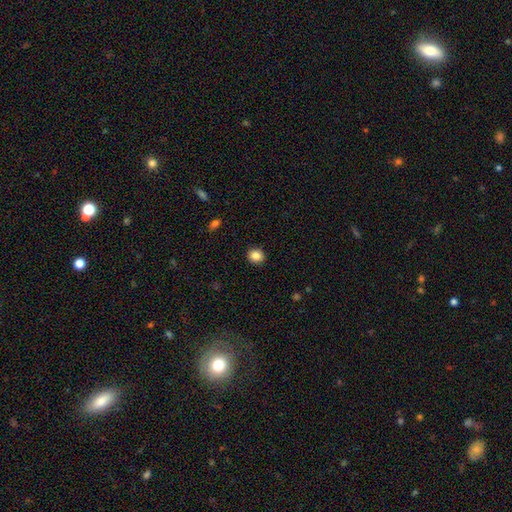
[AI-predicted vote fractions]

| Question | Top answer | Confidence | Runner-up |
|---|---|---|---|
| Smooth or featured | smooth | 86% | star or artifact (10%) |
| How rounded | round | 73% | in between (26%) |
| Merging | none | 91% | minor disturbance (6%) |